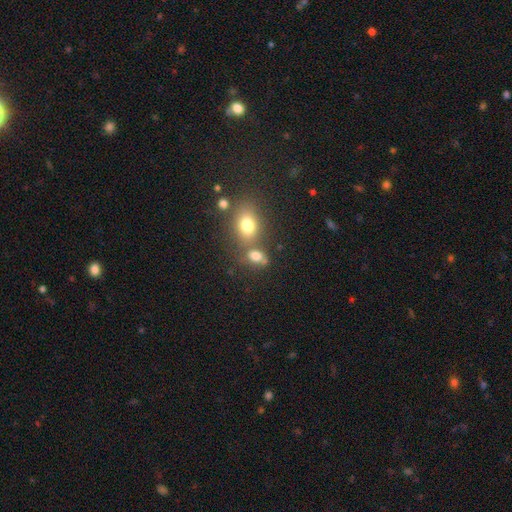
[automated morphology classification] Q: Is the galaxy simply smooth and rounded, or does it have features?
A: smooth — 73%.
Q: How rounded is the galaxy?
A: in between — 67%.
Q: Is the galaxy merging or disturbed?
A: none — 46%.